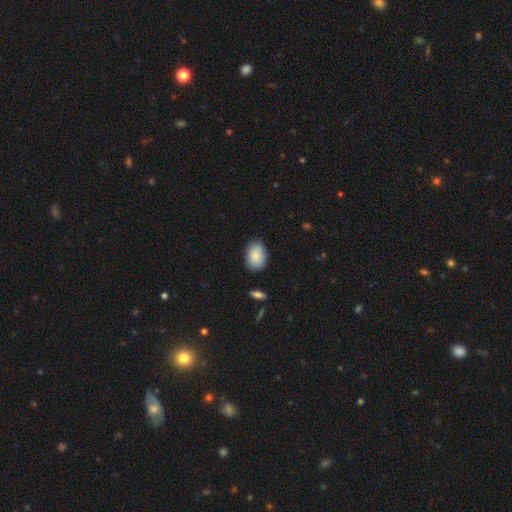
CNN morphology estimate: Smooth or featured? Predicted: smooth (p=0.88). How rounded? Predicted: in between (p=0.83). Merging? Predicted: none (p=0.85).